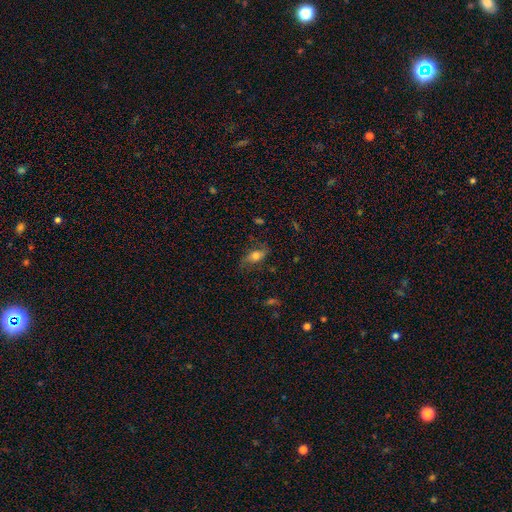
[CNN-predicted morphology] smooth_or_featured: smooth (p=0.59) [alt: featured or disk p=0.31]
how_rounded: in between (p=0.79) [alt: cigar-shaped p=0.13]
merging: none (p=0.69) [alt: minor disturbance p=0.21]